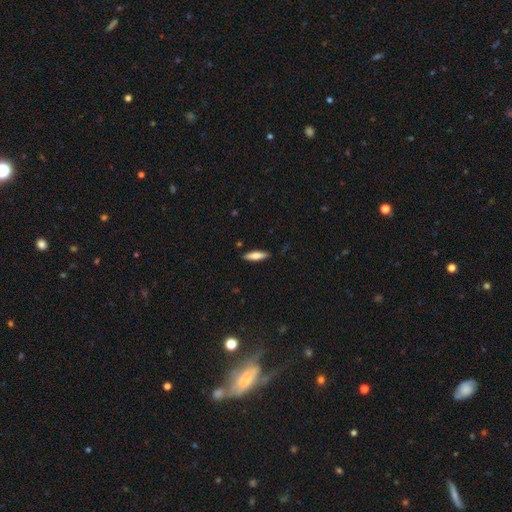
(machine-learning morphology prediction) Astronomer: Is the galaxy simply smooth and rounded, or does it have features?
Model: smooth — 70%.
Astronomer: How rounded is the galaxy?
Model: cigar-shaped — 65%.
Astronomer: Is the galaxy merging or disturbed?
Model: none — 88%.